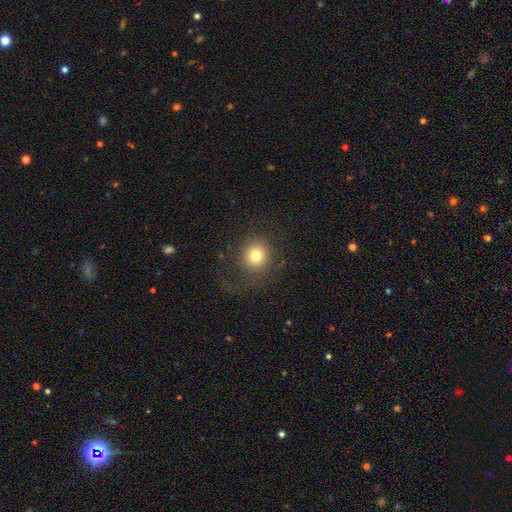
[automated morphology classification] type=smooth (74%); roundness=round (87%); merging=none (71%).